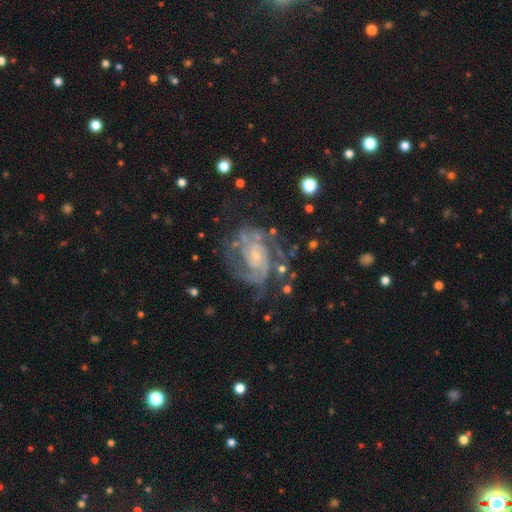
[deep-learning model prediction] This appears to be a featured or disk galaxy (89%) with no bar (62%), 2 (46%) tight (55%) spiral arms (96%) and a small central bulge (70%). Merging: none (65%).